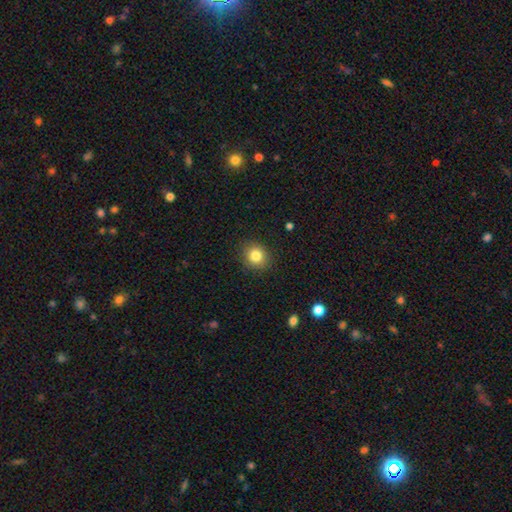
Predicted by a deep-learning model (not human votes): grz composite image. It shows a smooth galaxy with no disk features (83%) that is round (78%). Merging: none (89%).